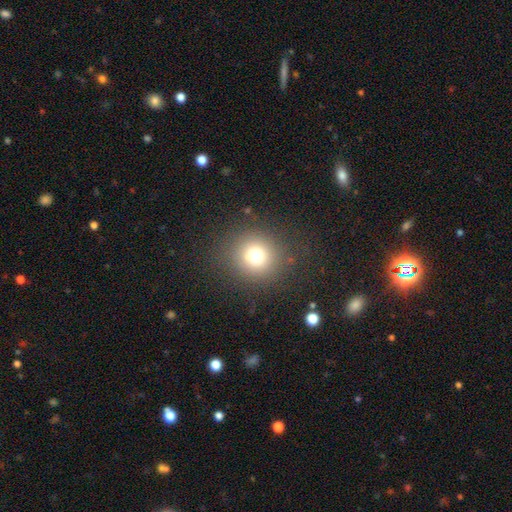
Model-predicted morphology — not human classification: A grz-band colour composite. It shows a smooth galaxy with no disk features (71%) that is round (91%). Merging: none (81%).